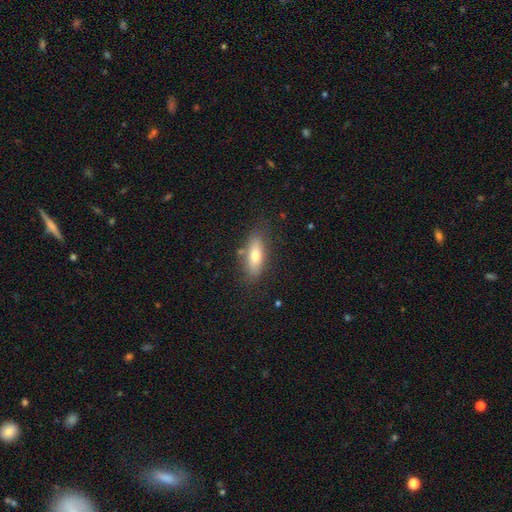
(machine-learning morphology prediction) A smooth galaxy with no disk features (67%) that is in between round and cigar-shaped (71%). Merging: none (78%).